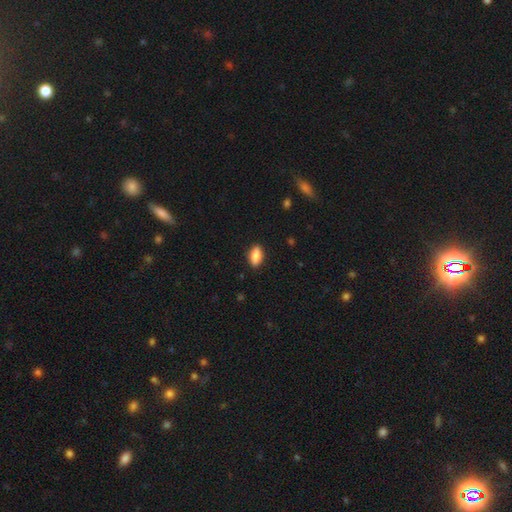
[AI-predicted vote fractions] Morphology: type=smooth (82%); roundness=in between (85%); merging=none (87%).